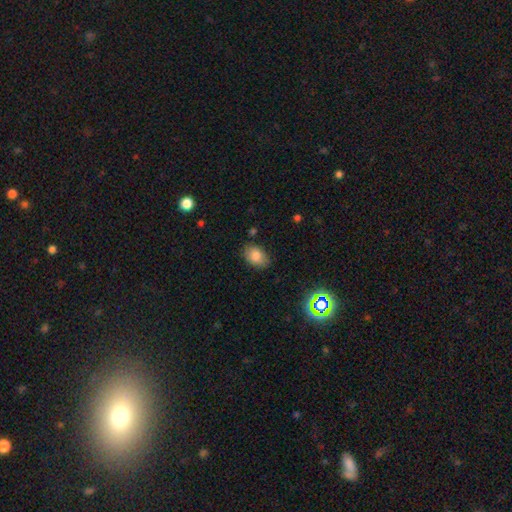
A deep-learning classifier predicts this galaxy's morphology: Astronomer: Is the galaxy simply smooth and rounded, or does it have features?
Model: smooth — 82%.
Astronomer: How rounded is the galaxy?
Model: in between — 82%.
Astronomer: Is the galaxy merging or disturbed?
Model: none — 80%.